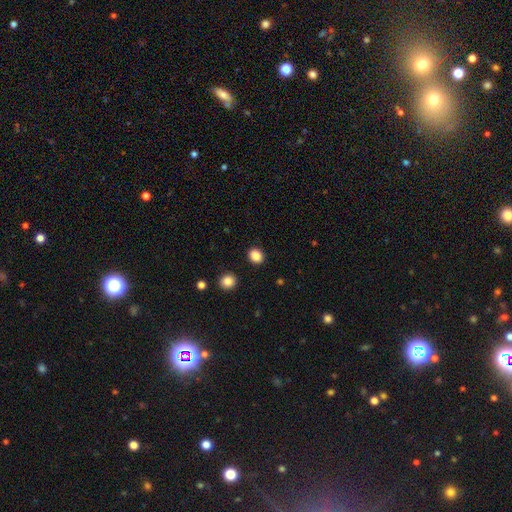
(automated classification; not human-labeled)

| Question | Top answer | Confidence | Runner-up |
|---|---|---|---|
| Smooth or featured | smooth | 87% | star or artifact (10%) |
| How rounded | round | 56% | in between (43%) |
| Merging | none | 90% | minor disturbance (6%) |